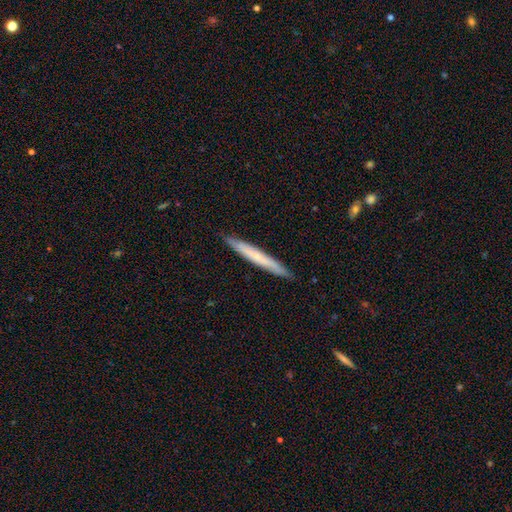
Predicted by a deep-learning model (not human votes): Smooth or featured: smooth — 55% (featured or disk — 39%)
How rounded: cigar-shaped — 96% (in between — 2%)
Merging: none — 90% (minor disturbance — 7%)